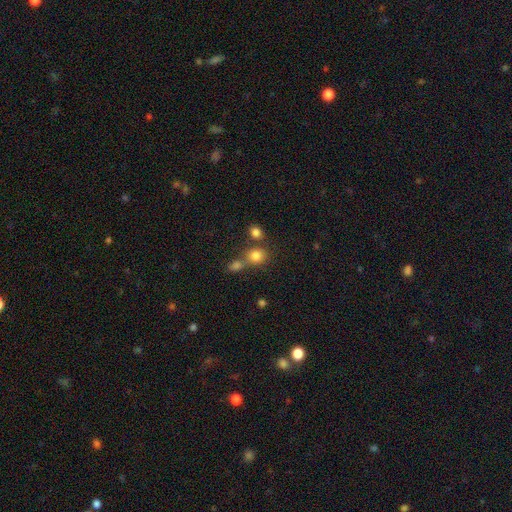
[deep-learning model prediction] smooth 80%, star or artifact 13%, featured or disk 7%. Down the decision tree: how rounded — round (75%); merging — none (53%).